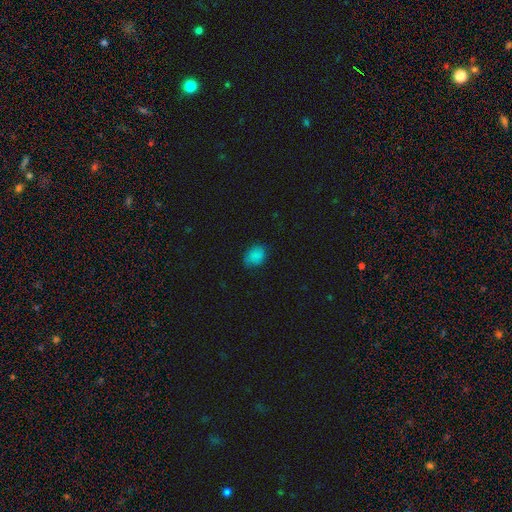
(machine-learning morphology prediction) Smooth or featured?
  - smooth: 83% *
  - star or artifact: 11%
  - featured or disk: 6%
How rounded?
  - in between: 64% *
  - round: 35%
  - cigar-shaped: 1%
Merging?
  - none: 71% *
  - minor disturbance: 23%
  - major disturbance: 5%
  - merger: 1%